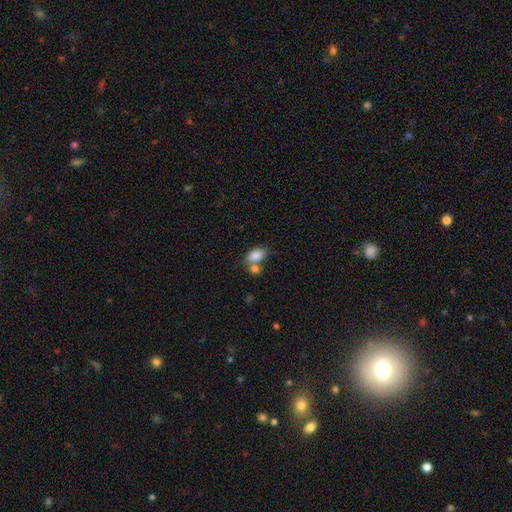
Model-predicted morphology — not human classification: Smooth or featured? smooth (84%)
How rounded? in between (89%)
Merging? none (45%)